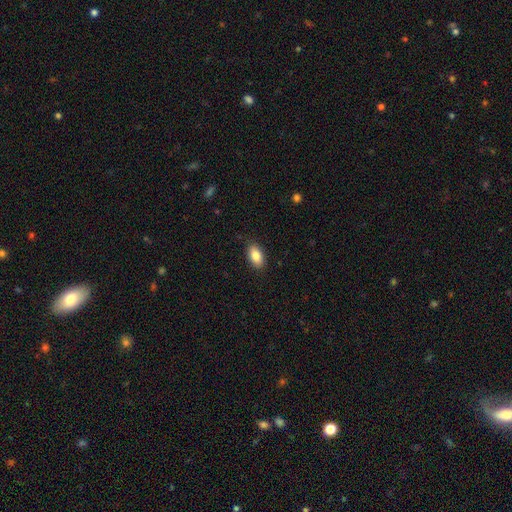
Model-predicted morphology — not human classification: A smooth galaxy with no disk features (84%) that is in between round and cigar-shaped (92%).

Vote fractions:
- Smooth or featured? smooth: 84% / featured or disk: 8% / star or artifact: 7%
- How rounded? in between: 92% / round: 4% / cigar-shaped: 4%
- Merging? none: 88% / minor disturbance: 9% / major disturbance: 2% / merger: 1%